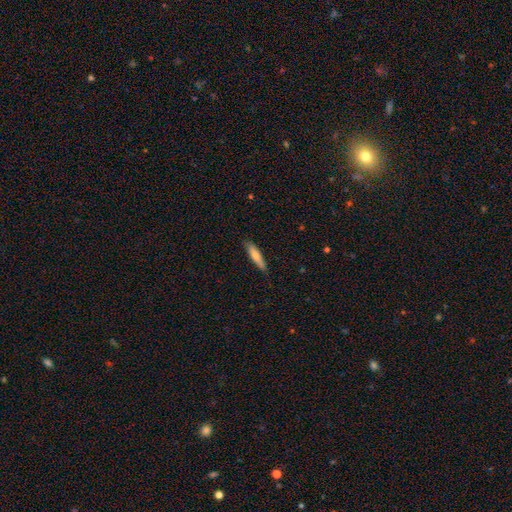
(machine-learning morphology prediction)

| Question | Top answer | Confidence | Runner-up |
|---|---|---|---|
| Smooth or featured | smooth | 70% | featured or disk (24%) |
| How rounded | cigar-shaped | 85% | in between (14%) |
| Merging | none | 83% | minor disturbance (13%) |